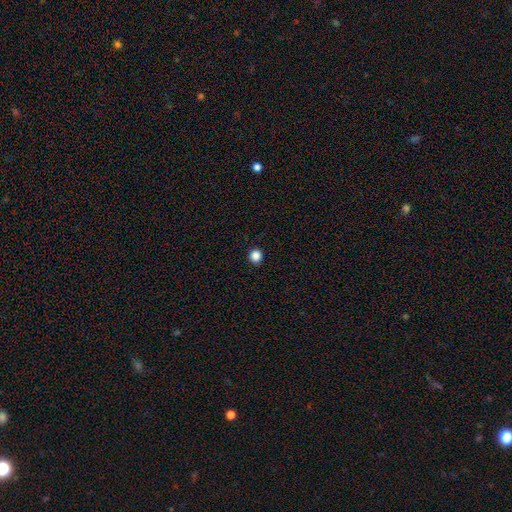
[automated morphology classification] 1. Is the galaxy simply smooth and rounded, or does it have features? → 86% smooth, 11% star or artifact, 3% featured or disk.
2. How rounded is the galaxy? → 94% round, 5% in between, 1% cigar-shaped.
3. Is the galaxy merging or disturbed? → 93% none, 4% minor disturbance, 1% major disturbance, 1% merger.